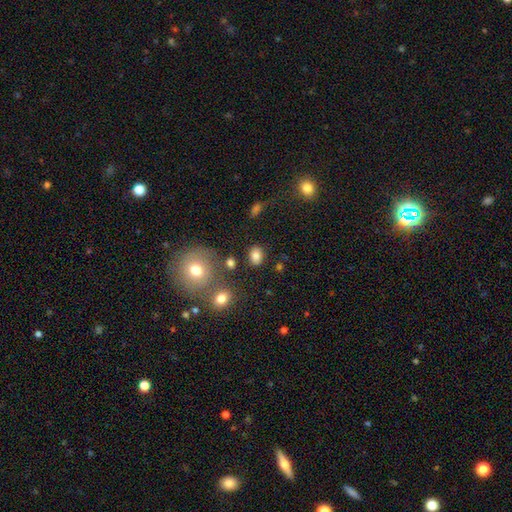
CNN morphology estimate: smooth-or-featured: smooth: 82% | star or artifact: 11% | featured or disk: 7%
  how-rounded: in between: 62% | round: 37% | cigar-shaped: 1%
  merging: none: 82% | minor disturbance: 10% | merger: 5% | major disturbance: 4%